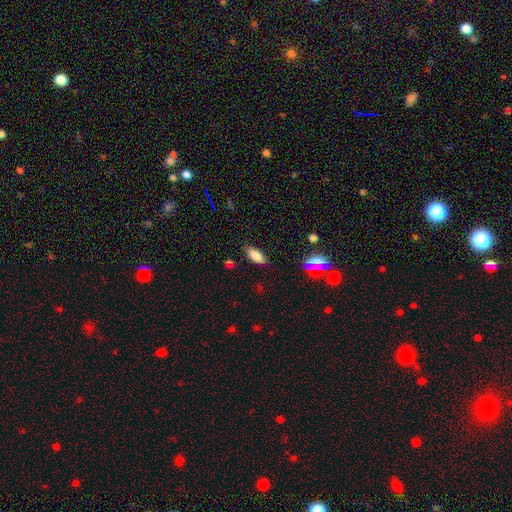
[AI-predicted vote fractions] smooth 77%, star or artifact 13%, featured or disk 10%. Down the decision tree: how rounded — in between (84%); merging — none (81%).